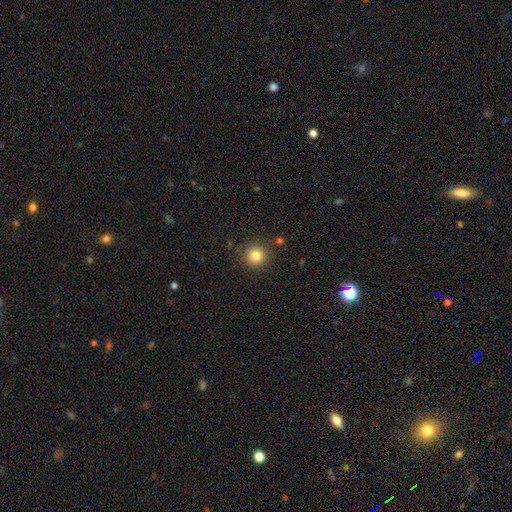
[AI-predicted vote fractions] Smooth or featured? Predicted: smooth (p=0.82). How rounded? Predicted: round (p=0.93). Merging? Predicted: none (p=0.86).